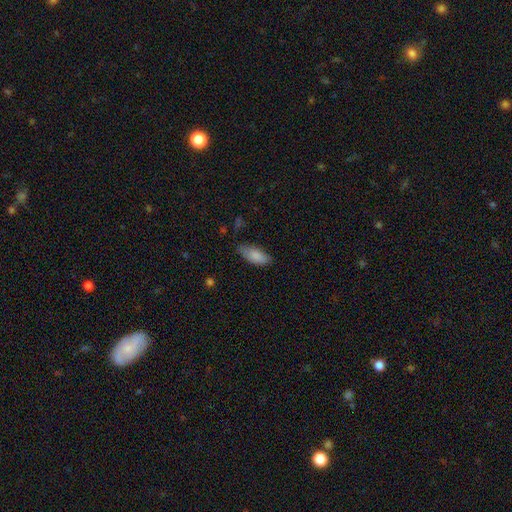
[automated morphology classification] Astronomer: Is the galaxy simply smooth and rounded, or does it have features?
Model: smooth — 85%.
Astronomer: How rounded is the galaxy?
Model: in between — 85%.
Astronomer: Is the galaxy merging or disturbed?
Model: none — 68%.